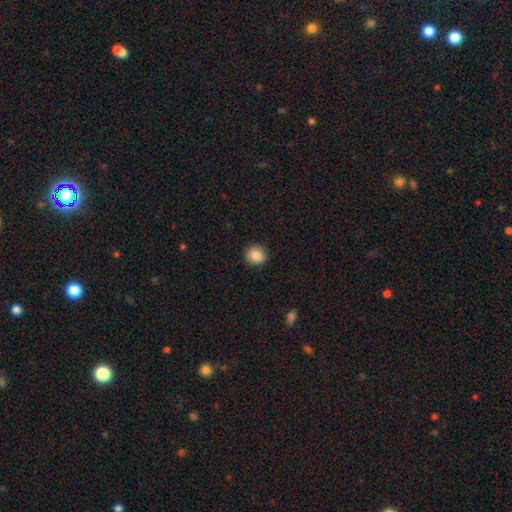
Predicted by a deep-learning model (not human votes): Morphology: type=smooth (86%); roundness=round (91%); merging=none (92%).